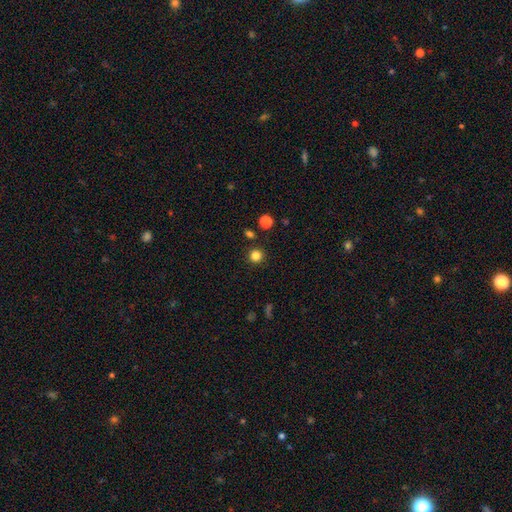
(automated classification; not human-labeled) This appears to be a smooth galaxy with no disk features (83%) that is round (94%). Merging: none (90%).